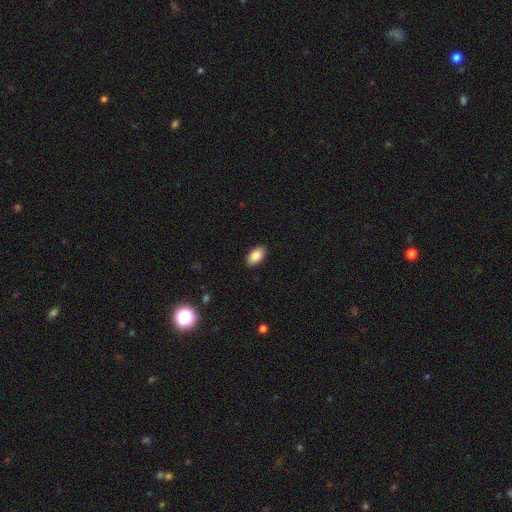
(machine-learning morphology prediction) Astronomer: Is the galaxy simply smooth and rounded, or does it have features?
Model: smooth — 89%.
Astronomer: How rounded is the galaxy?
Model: in between — 94%.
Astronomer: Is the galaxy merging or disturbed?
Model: none — 88%.